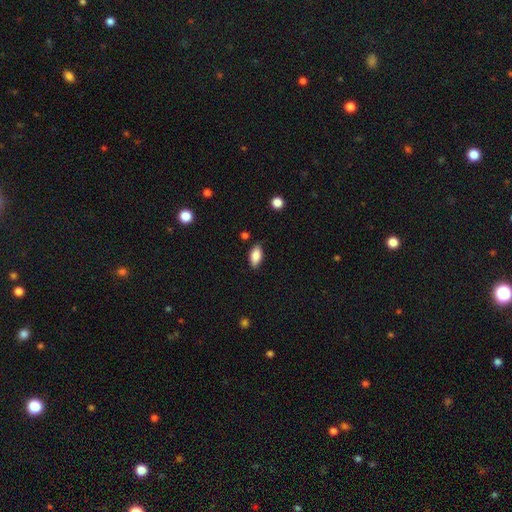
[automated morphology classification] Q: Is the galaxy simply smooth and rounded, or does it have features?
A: smooth — 83%.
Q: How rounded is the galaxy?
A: in between — 90%.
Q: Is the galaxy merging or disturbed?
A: none — 84%.